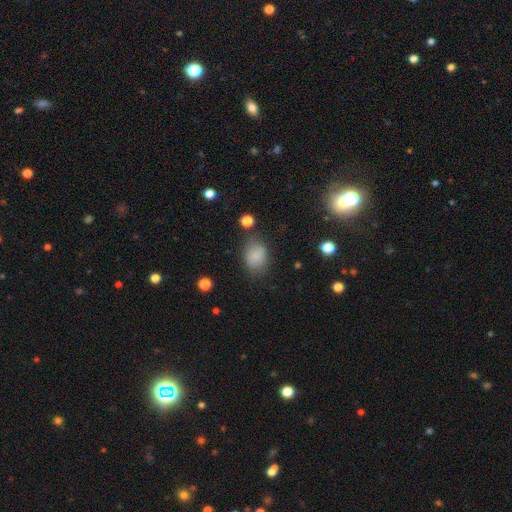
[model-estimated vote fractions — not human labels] smooth 81%, star or artifact 10%, featured or disk 8%. Down the decision tree: how rounded — in between (69%); merging — none (70%).